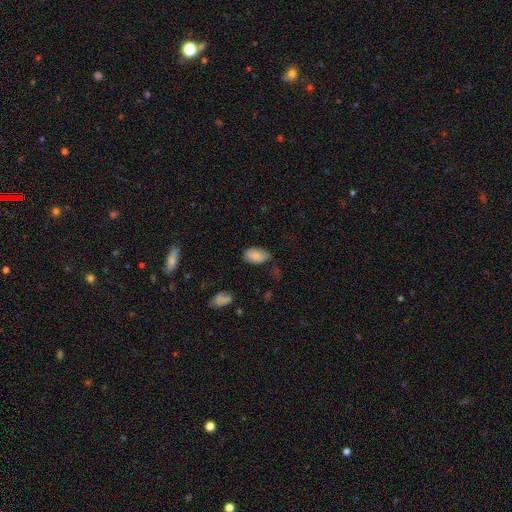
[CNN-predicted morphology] Overall: smooth (82%). How rounded: in between (92%). Merging: none (59%; minor disturbance 31%).